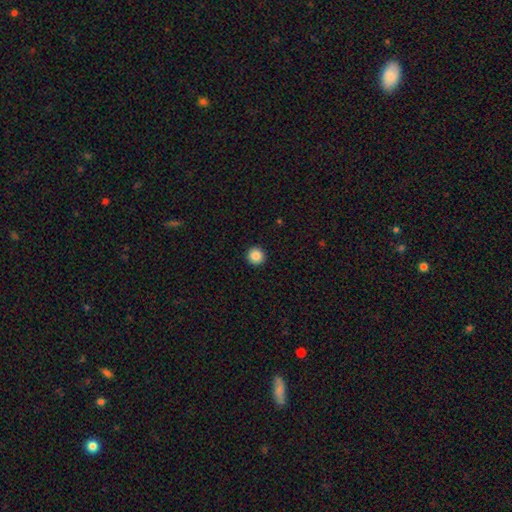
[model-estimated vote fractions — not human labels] Smooth or featured? Predicted: smooth (p=0.87). How rounded? Predicted: round (p=0.96). Merging? Predicted: none (p=0.93).